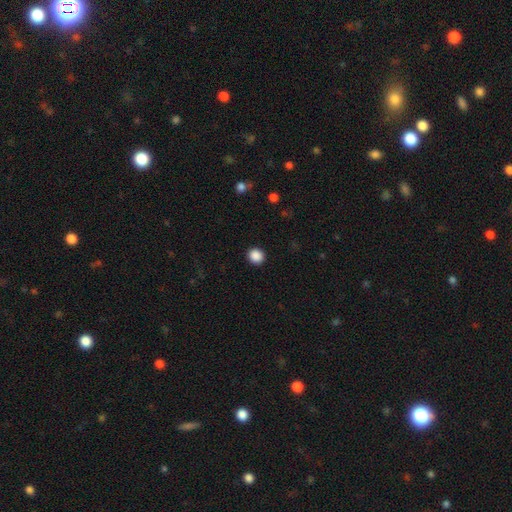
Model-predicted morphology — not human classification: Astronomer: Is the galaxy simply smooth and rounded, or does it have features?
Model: smooth — 88%.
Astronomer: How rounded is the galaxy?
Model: round — 88%.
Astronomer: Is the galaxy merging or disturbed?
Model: none — 92%.